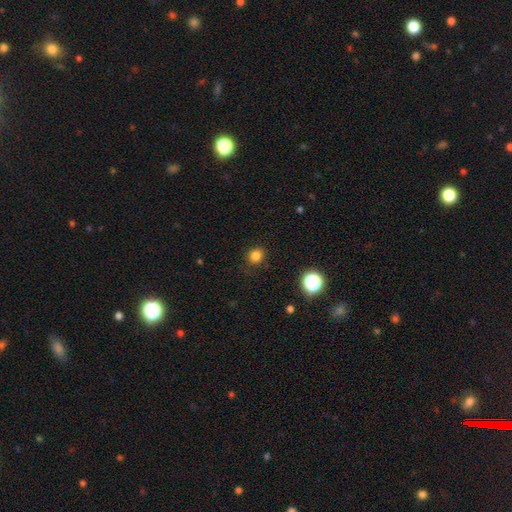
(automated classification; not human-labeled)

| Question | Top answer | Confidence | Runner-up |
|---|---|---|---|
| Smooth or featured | smooth | 81% | star or artifact (14%) |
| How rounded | round | 86% | in between (13%) |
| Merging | none | 88% | minor disturbance (8%) |